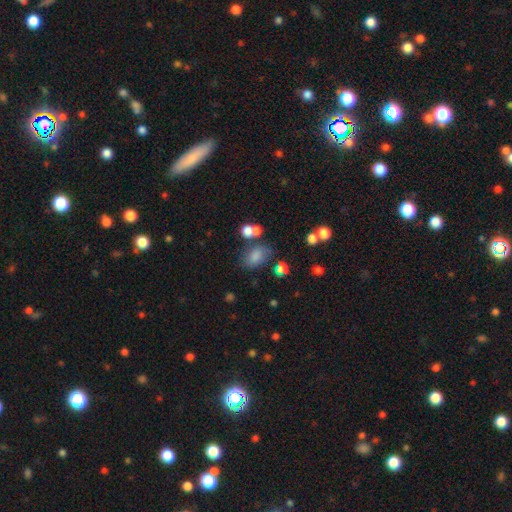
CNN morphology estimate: This is likely a smooth galaxy (76%). How rounded: clearly in between (82%). Merging: possibly none (54%).